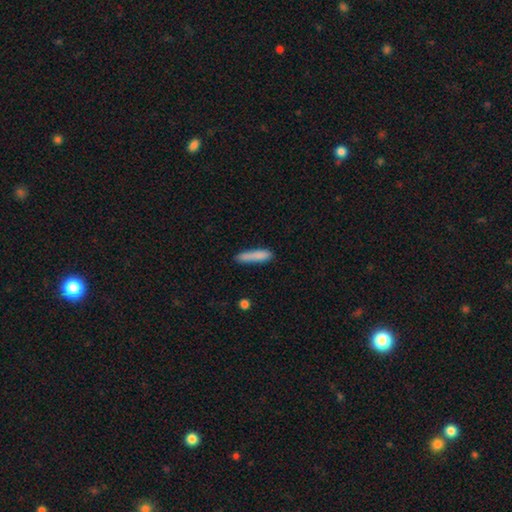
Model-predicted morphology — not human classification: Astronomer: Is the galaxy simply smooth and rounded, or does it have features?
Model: smooth — 84%.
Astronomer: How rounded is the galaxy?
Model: cigar-shaped — 86%.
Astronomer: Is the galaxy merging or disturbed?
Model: none — 77%.